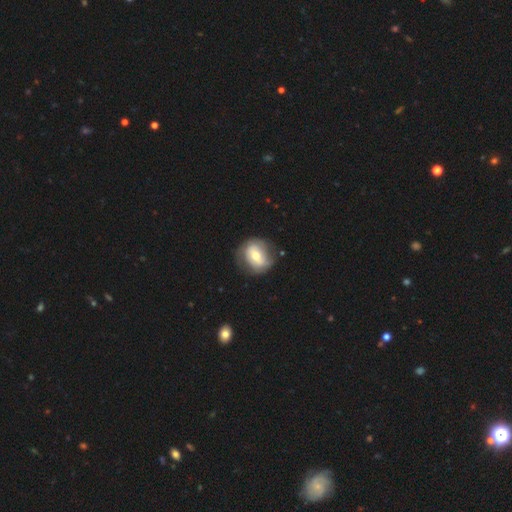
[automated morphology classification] type=featured or disk (48%); merging=none (67%).